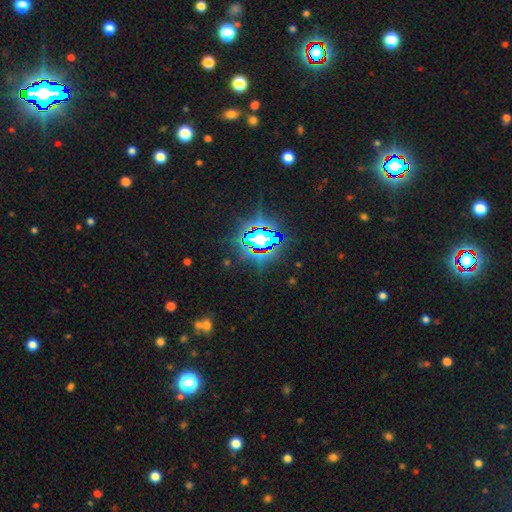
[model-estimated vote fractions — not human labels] Morphology: type=star or artifact (83%).